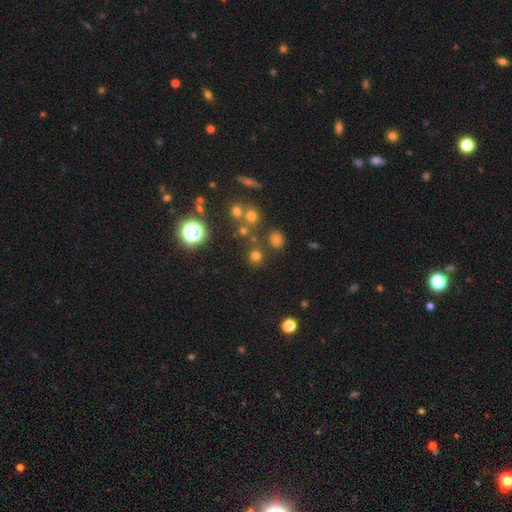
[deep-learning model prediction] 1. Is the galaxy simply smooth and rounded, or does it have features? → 67% smooth, 26% star or artifact, 7% featured or disk.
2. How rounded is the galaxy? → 89% round, 10% in between, 1% cigar-shaped.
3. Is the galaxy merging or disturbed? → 79% none, 9% merger, 8% minor disturbance, 4% major disturbance.